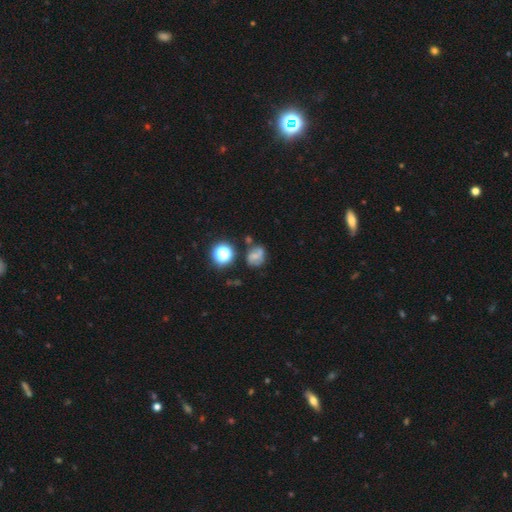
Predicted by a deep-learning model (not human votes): Smooth or featured?
  - smooth: 43% *
  - featured or disk: 38%
  - star or artifact: 18%
Merging?
  - none: 53% *
  - minor disturbance: 20%
  - merger: 16%
  - major disturbance: 10%